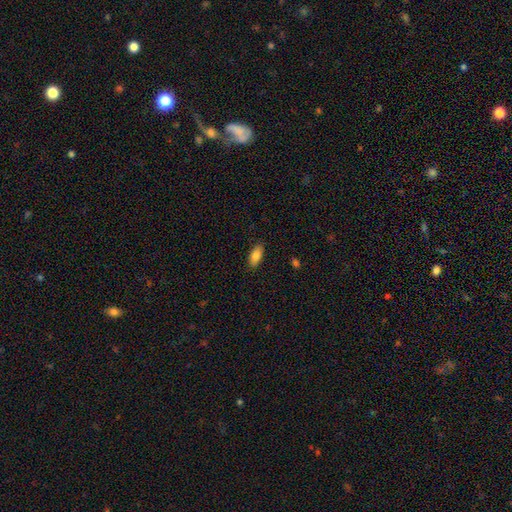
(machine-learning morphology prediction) smooth-or-featured: smooth: 83% | featured or disk: 10% | star or artifact: 7%
  how-rounded: in between: 85% | cigar-shaped: 12% | round: 2%
  merging: none: 87% | minor disturbance: 10% | major disturbance: 2% | merger: 1%